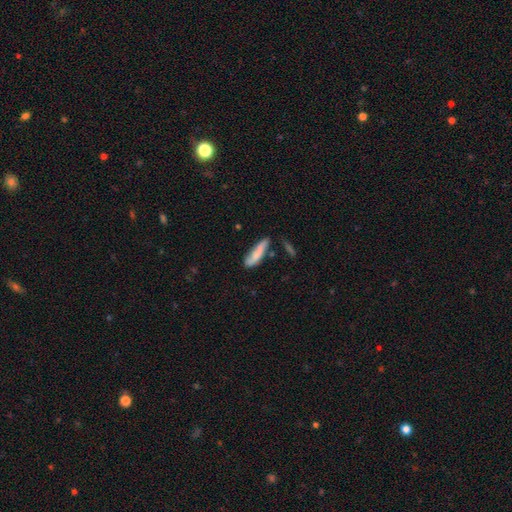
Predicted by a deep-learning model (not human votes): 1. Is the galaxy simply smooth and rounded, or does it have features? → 73% smooth, 20% featured or disk, 7% star or artifact.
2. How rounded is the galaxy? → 66% cigar-shaped, 32% in between, 2% round.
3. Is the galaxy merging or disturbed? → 55% none, 28% minor disturbance, 10% merger, 8% major disturbance.